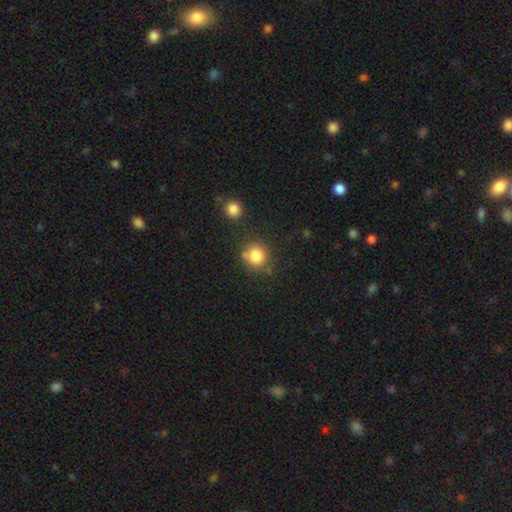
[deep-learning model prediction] Smooth or featured?
  - smooth: 82% *
  - star or artifact: 11%
  - featured or disk: 7%
How rounded?
  - round: 90% *
  - in between: 9%
  - cigar-shaped: 1%
Merging?
  - none: 72% *
  - minor disturbance: 14%
  - merger: 11%
  - major disturbance: 4%